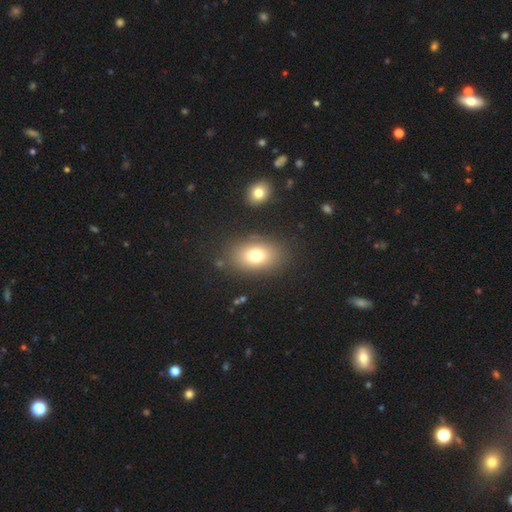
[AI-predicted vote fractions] Smooth or featured: smooth — 75% (featured or disk — 14%)
How rounded: in between — 79% (round — 20%)
Merging: none — 82% (minor disturbance — 10%)